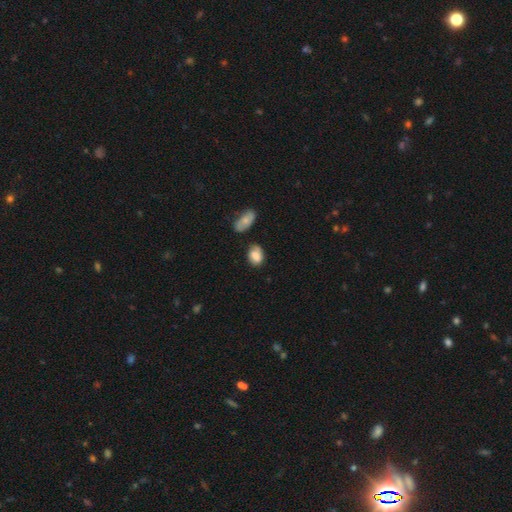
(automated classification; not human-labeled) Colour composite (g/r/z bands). It shows a smooth galaxy with no disk features (76%) that is in between round and cigar-shaped (77%). Merging: none (57%).